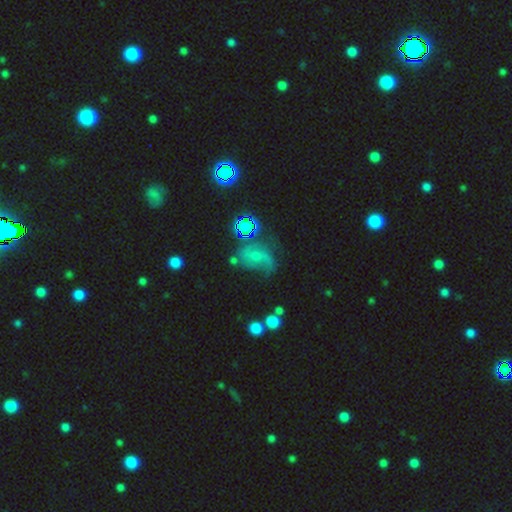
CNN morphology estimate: Q: Smooth or featured?
A: featured or disk (56%); runner-up: star or artifact (22%)
Q: Edge-on disk?
A: no (96%); runner-up: yes (4%)
Q: Bar?
A: no (49%); runner-up: weak (40%)
Q: Spiral arms?
A: yes (83%); runner-up: no (17%)
Q: Bulge size?
A: small (58%); runner-up: moderate (28%)
Q: Merging?
A: none (43%); runner-up: minor disturbance (25%)